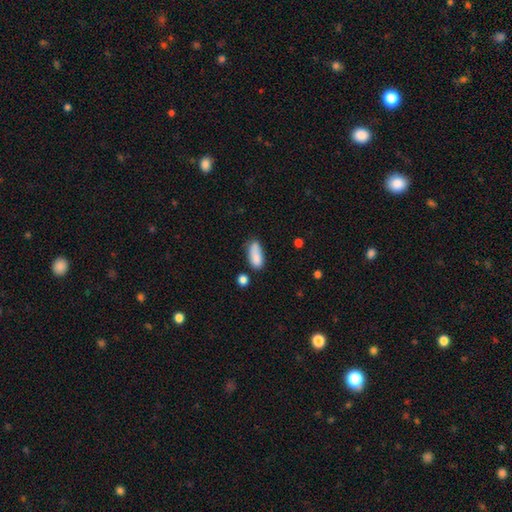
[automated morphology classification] This appears to be a smooth galaxy with no disk features (84%) that is in between round and cigar-shaped (81%). Merging: none (57%).